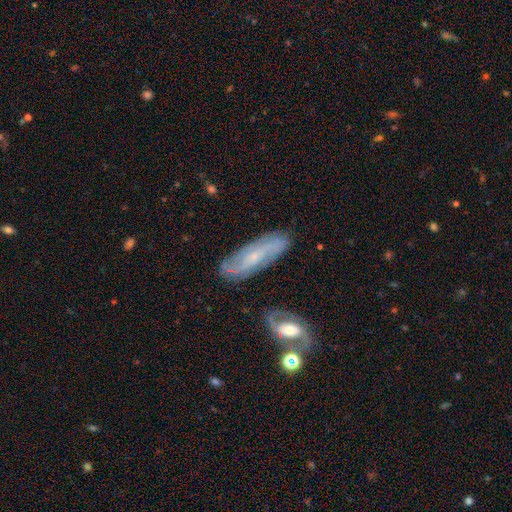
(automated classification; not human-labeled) A featured or disk galaxy (70%) with no bar (42%), 2 (64%) medium (41%) spiral arms (90%) and a small central bulge (70%).

Vote fractions:
- Smooth or featured? featured or disk: 70% / smooth: 22% / star or artifact: 8%
- Edge-on disk? no: 82% / yes: 18%
- Bar? no: 42% / weak: 41% / strong: 17%
- Spiral arms? yes: 90% / no: 10%
- Spiral winding? medium: 41% / tight: 33% / loose: 26%
- Spiral arm count? 2: 64% / can't tell: 21% / 3: 7% / 1: 3% / 4: 3% / more than 4: 2%
- Bulge size? small: 70% / moderate: 21% / none: 7% / large: 1% / dominant: 1%
- Merging? none: 77% / minor disturbance: 15% / major disturbance: 4% / merger: 4%